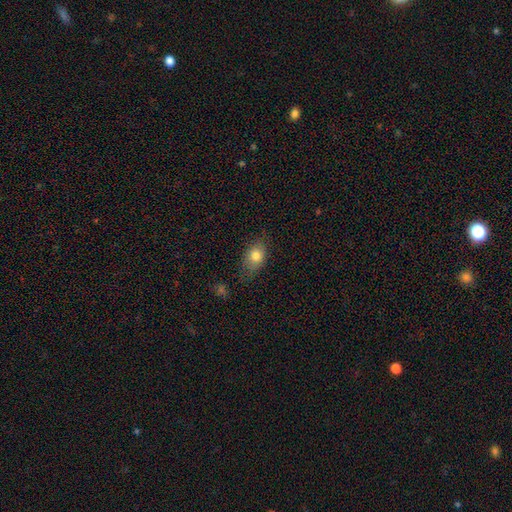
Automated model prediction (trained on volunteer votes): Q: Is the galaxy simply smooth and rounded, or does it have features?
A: smooth — 80%.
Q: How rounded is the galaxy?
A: in between — 76%.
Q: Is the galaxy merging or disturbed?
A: none — 67%.